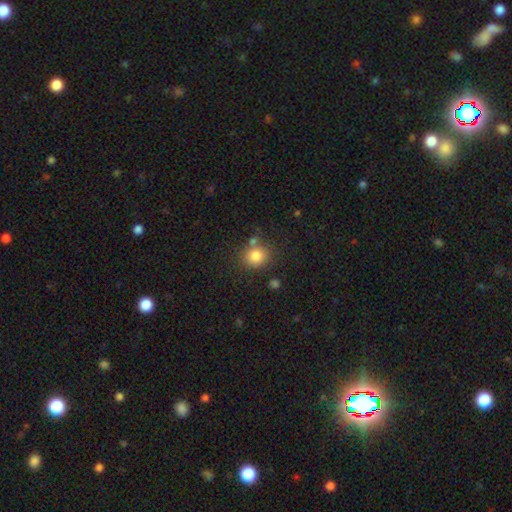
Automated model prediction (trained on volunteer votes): Smooth or featured?
  - smooth: 82% *
  - star or artifact: 11%
  - featured or disk: 7%
How rounded?
  - round: 81% *
  - in between: 18%
  - cigar-shaped: 1%
Merging?
  - none: 73% *
  - minor disturbance: 12%
  - merger: 11%
  - major disturbance: 4%